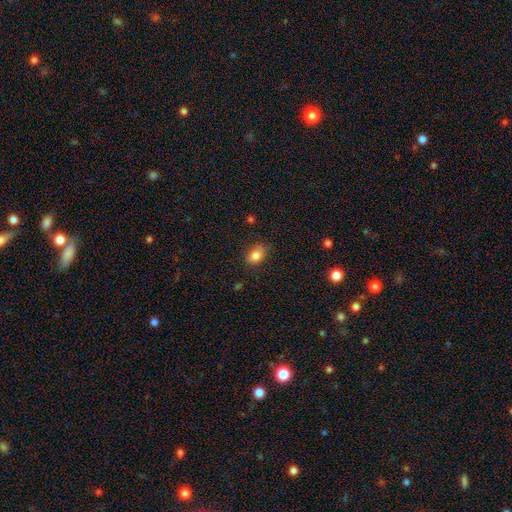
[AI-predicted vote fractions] Smooth or featured: smooth — 82% (star or artifact — 10%)
How rounded: in between — 76% (round — 23%)
Merging: none — 77% (minor disturbance — 18%)